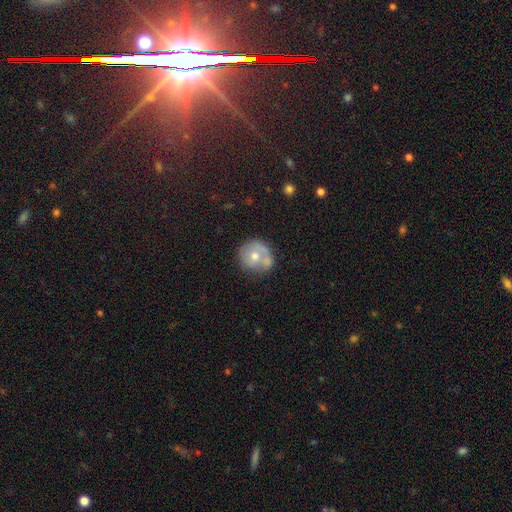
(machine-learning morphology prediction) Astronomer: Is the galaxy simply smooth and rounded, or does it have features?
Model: smooth — 57% (runner-up: featured or disk, 35%).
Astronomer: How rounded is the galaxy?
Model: round — 85%.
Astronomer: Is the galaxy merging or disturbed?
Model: none — 45% (runner-up: merger, 26%).